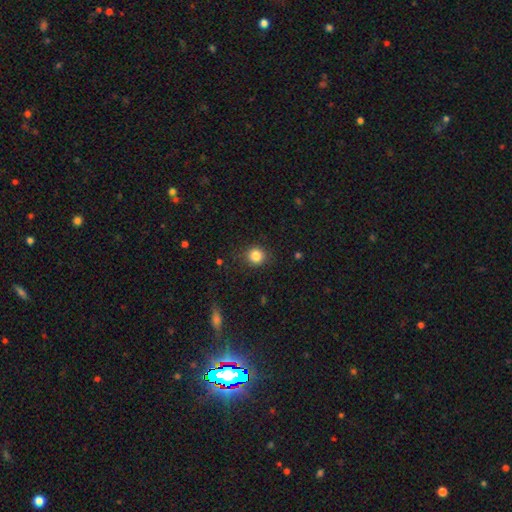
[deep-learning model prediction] Smooth or featured? Predicted: smooth (p=0.85). How rounded? Predicted: round (p=0.88). Merging? Predicted: none (p=0.86).